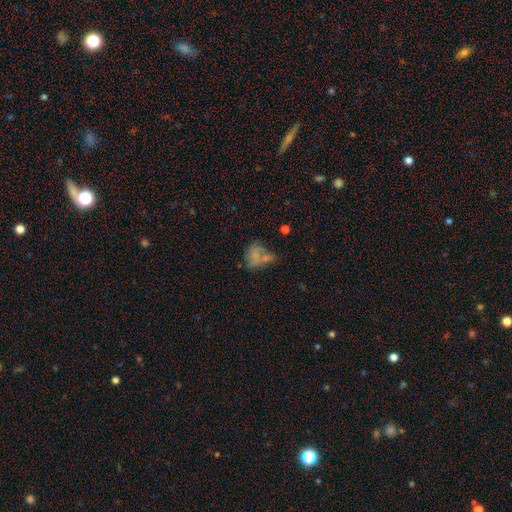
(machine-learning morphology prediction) smooth 56%, featured or disk 29%, star or artifact 15%. Down the decision tree: how rounded — in between (64%); merging — none (30%).